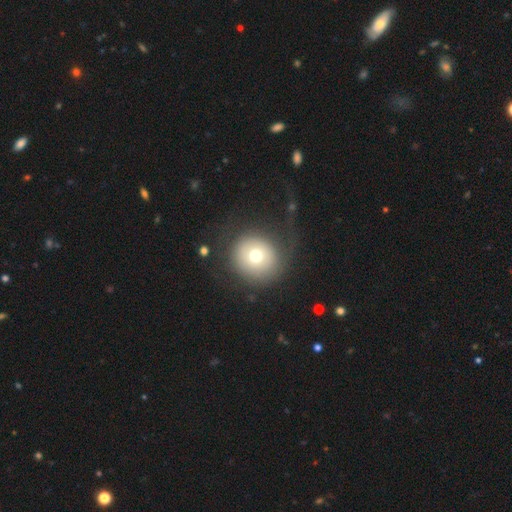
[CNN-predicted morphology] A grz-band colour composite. It shows a smooth galaxy with no disk features (68%) that is round (92%). Merging: none (66%).